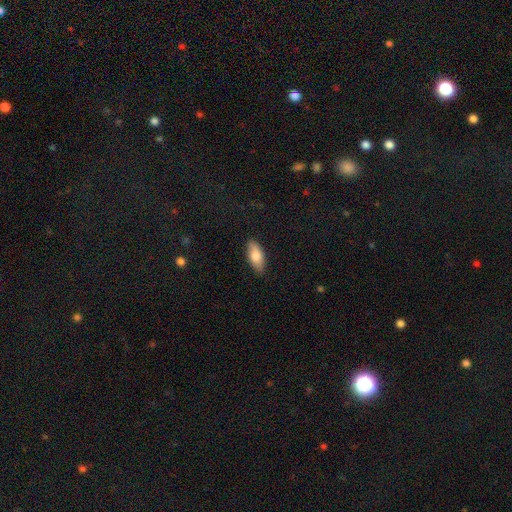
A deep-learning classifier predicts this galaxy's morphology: smooth 81%, featured or disk 13%, star or artifact 6%. Down the decision tree: how rounded — in between (84%); merging — none (86%).